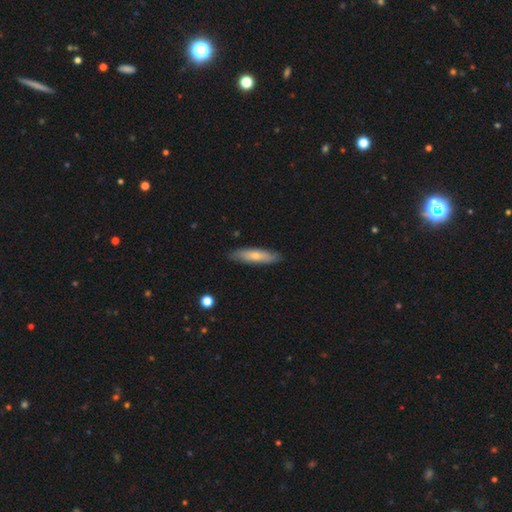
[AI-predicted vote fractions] The model was most divided on "smooth or featured": smooth: 65%, featured or disk: 29%, star or artifact: 6%. More confident: merging — none (85%); how rounded — cigar-shaped (71%).